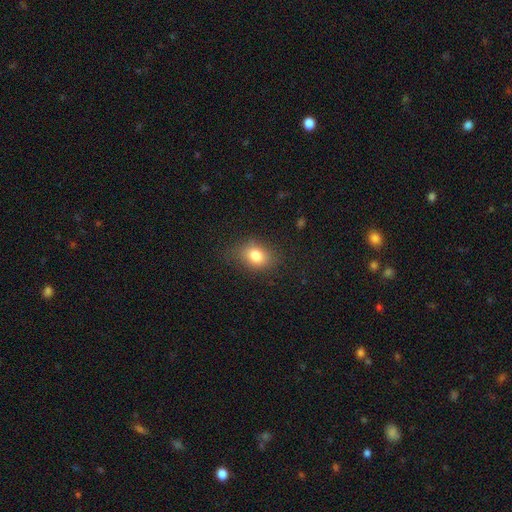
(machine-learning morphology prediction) smooth_or_featured: smooth (p=0.80) [alt: star or artifact p=0.10]
how_rounded: in between (p=0.65) [alt: round p=0.33]
merging: none (p=0.77) [alt: minor disturbance p=0.16]